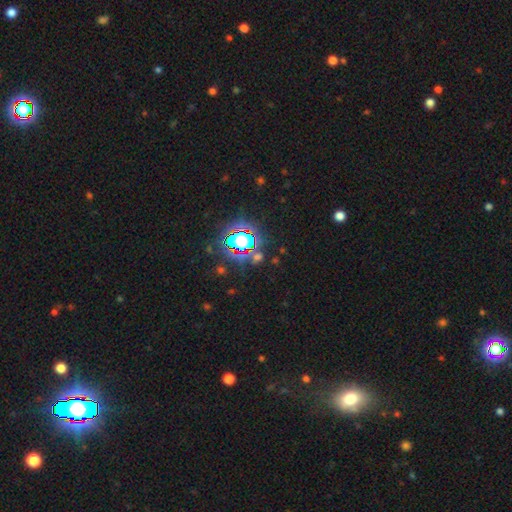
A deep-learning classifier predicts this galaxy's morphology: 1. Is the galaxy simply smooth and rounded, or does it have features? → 77% star or artifact, 15% smooth, 9% featured or disk.